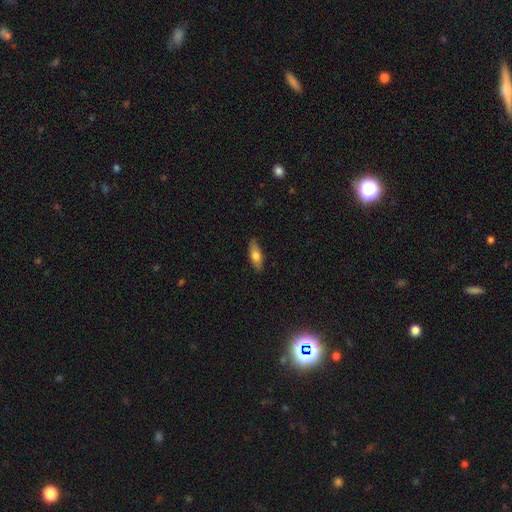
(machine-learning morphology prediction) smooth-or-featured: smooth: 71% | featured or disk: 23% | star or artifact: 7%
  how-rounded: in between: 66% | cigar-shaped: 32% | round: 3%
  merging: none: 84% | minor disturbance: 12% | major disturbance: 2% | merger: 1%